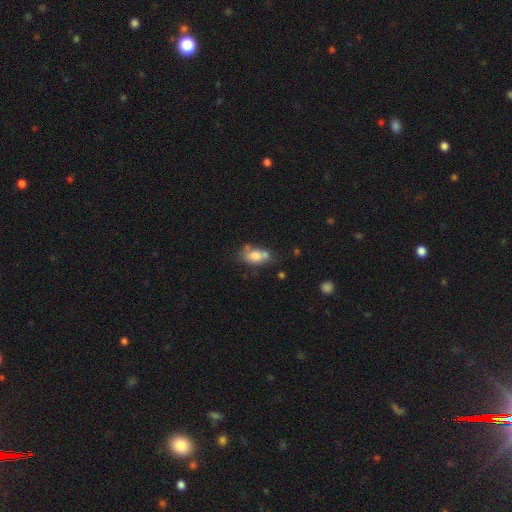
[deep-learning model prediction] A smooth galaxy with no disk features (72%) that is in between round and cigar-shaped (80%).

Vote fractions:
- Smooth or featured? smooth: 72% / featured or disk: 19% / star or artifact: 10%
- How rounded? in between: 80% / round: 16% / cigar-shaped: 4%
- Merging? none: 42% / merger: 28% / minor disturbance: 21% / major disturbance: 8%